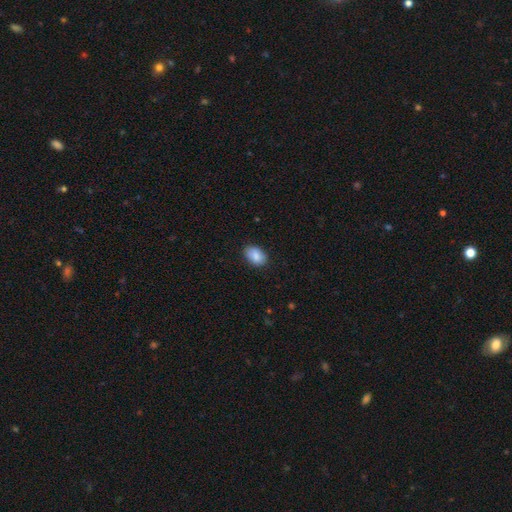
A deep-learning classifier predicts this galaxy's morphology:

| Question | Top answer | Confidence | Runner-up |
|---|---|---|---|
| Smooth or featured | smooth | 88% | star or artifact (7%) |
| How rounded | in between | 86% | round (13%) |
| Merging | none | 86% | minor disturbance (11%) |